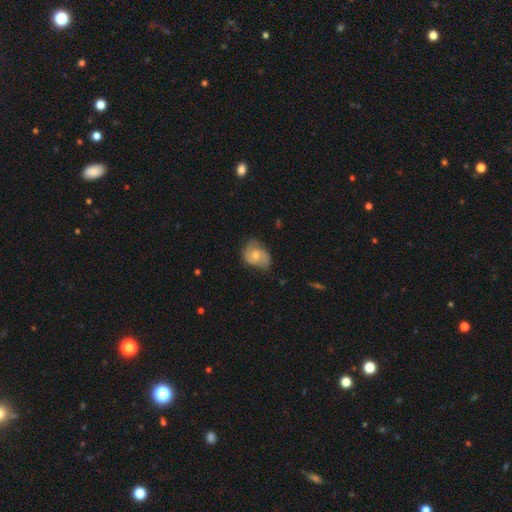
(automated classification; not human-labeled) Smooth or featured? Predicted: featured or disk (p=0.58). Edge-on disk? Predicted: no (p=0.96). Bar? Predicted: no (p=0.66). Spiral arms? Predicted: yes (p=0.84). Bulge size? Predicted: moderate (p=0.64). Merging? Predicted: none (p=0.60).